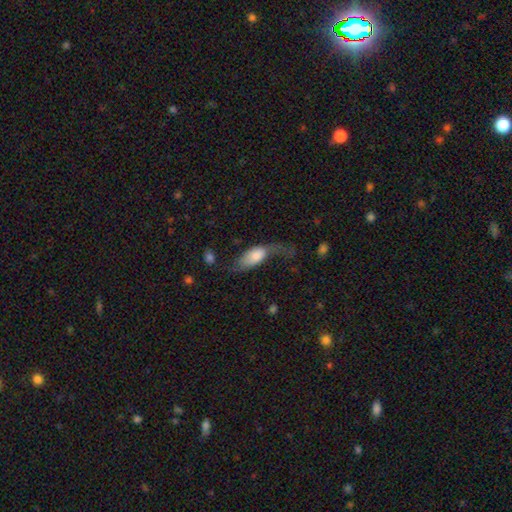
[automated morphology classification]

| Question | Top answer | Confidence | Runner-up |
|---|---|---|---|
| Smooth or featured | smooth | 69% | featured or disk (24%) |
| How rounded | in between | 86% | cigar-shaped (10%) |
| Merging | major disturbance | 45% | minor disturbance (25%) |